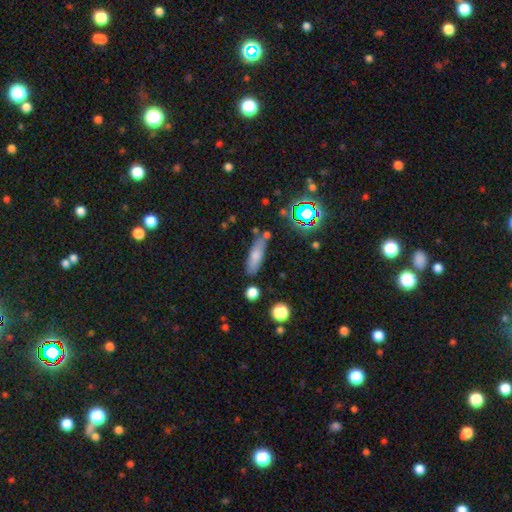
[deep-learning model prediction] Morphology: type=smooth (72%); roundness=cigar-shaped (50%); merging=none (71%).